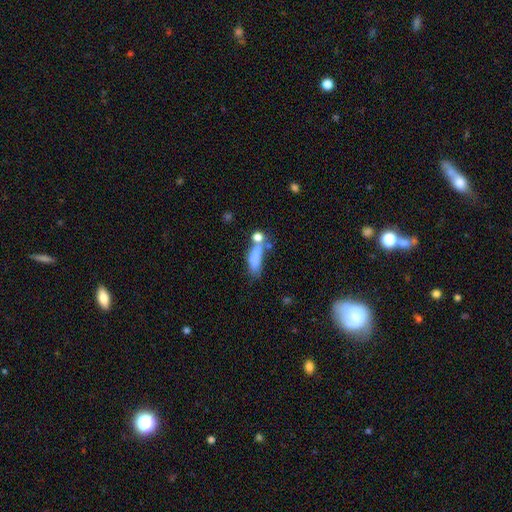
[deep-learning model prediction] This is likely a smooth galaxy (64%). How rounded: possibly in between (57%). Merging: marginally merger (36%).